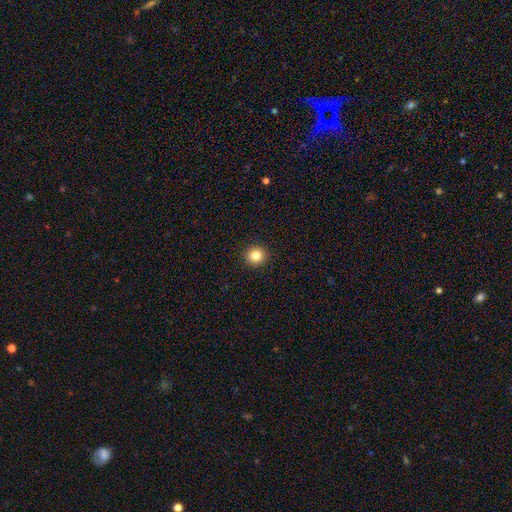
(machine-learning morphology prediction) This appears to be a smooth galaxy with no disk features (84%) that is round (91%). Merging: none (93%).